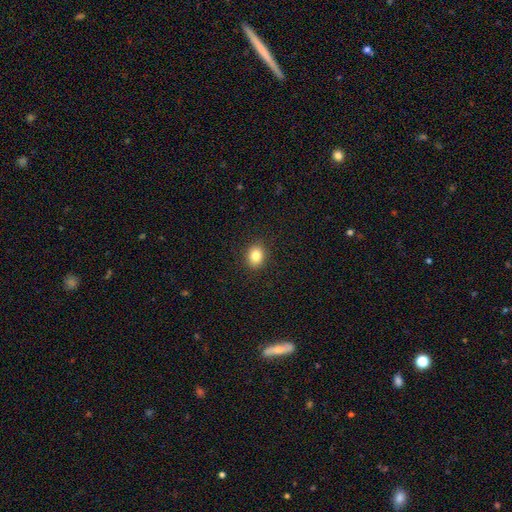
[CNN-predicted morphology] Smooth or featured? Predicted: smooth (p=0.83). How rounded? Predicted: round (p=0.61). Merging? Predicted: none (p=0.90).